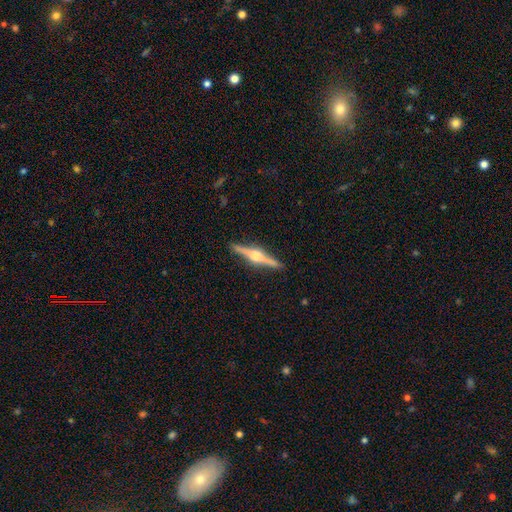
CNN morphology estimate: featured or disk 83%, smooth 12%, star or artifact 5%. Down the decision tree: edge-on disk — yes (98%); edge-on bulge — rounded (93%); merging — none (91%).